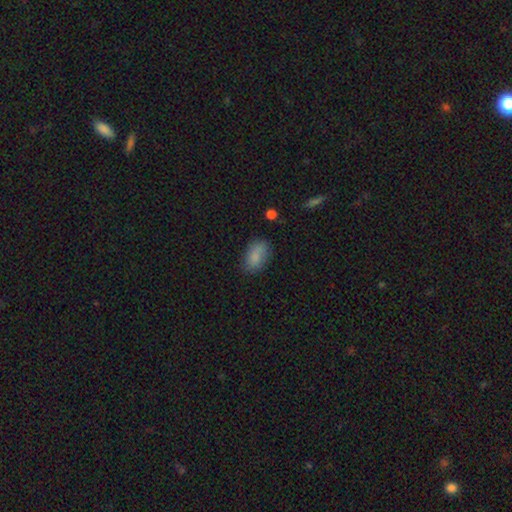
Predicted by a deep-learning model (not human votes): smooth-or-featured: smooth: 84% | featured or disk: 8% | star or artifact: 8%
  how-rounded: in between: 91% | round: 7% | cigar-shaped: 2%
  merging: none: 74% | minor disturbance: 19% | major disturbance: 5% | merger: 2%